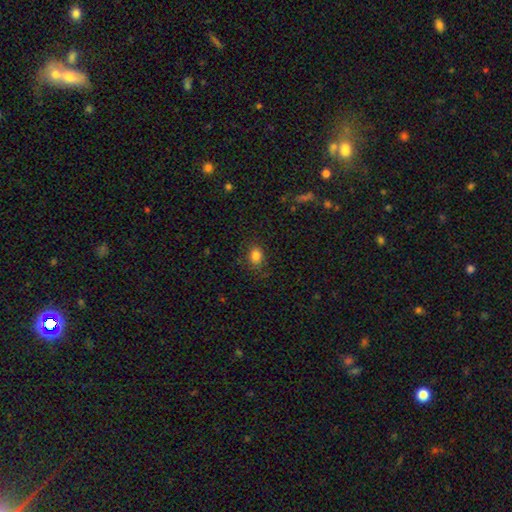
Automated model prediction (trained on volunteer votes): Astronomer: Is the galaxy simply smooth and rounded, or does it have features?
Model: smooth — 83%.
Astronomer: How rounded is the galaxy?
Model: in between — 57% (runner-up: round, 42%).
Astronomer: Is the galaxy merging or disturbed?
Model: none — 81%.